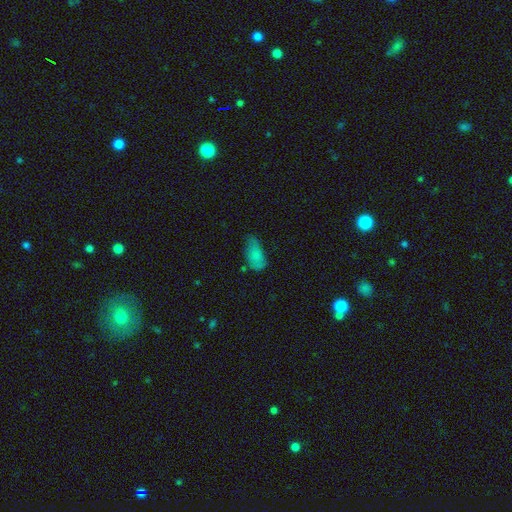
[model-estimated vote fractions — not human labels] smooth_or_featured: smooth (p=0.80) [alt: featured or disk p=0.11]
how_rounded: in between (p=0.89) [alt: cigar-shaped p=0.08]
merging: none (p=0.47) [alt: minor disturbance p=0.36]